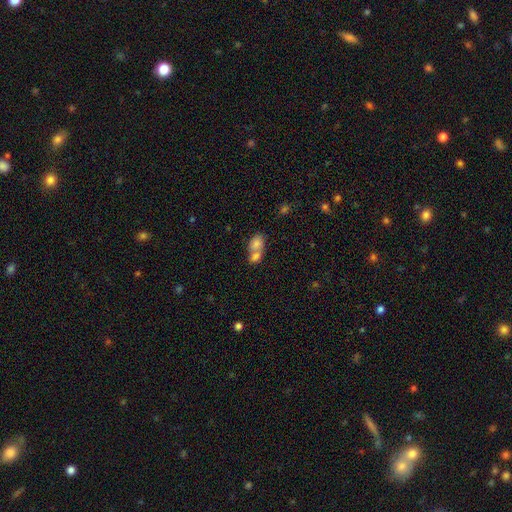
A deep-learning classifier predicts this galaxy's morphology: A smooth galaxy with no disk features (62%) that is in between round and cigar-shaped (57%). Merging: merger (45%).